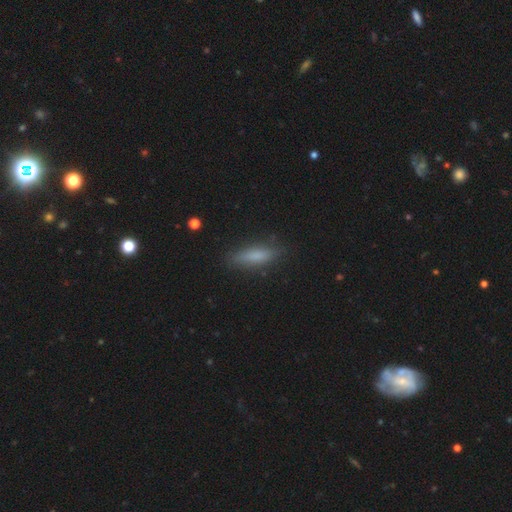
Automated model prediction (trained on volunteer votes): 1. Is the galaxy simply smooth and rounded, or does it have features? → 74% smooth, 18% featured or disk, 8% star or artifact.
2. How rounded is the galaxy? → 66% cigar-shaped, 32% in between, 2% round.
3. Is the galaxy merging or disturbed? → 83% none, 12% minor disturbance, 3% major disturbance, 1% merger.